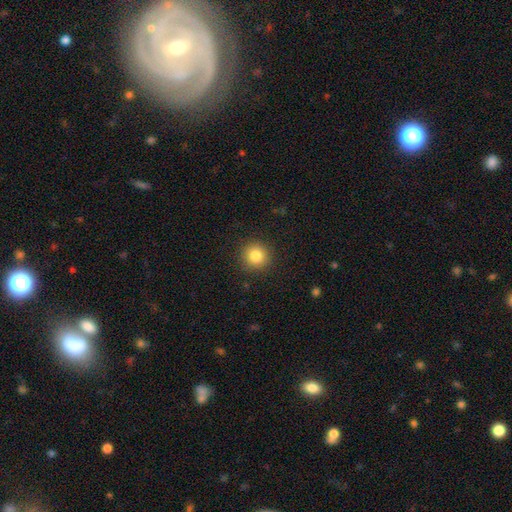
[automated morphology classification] type=smooth (83%); roundness=round (94%); merging=none (90%).